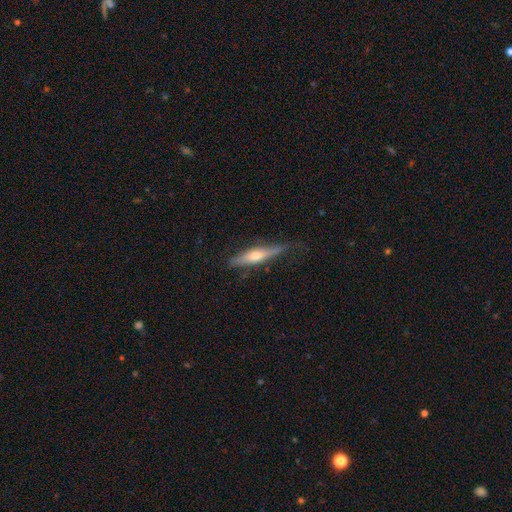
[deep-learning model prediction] Q: Smooth or featured?
A: featured or disk (51%); runner-up: smooth (43%)
Q: Edge-on disk?
A: yes (89%); runner-up: no (11%)
Q: Merging?
A: none (68%); runner-up: minor disturbance (25%)